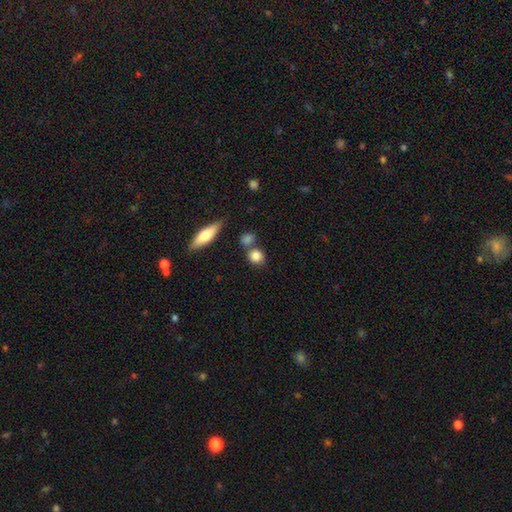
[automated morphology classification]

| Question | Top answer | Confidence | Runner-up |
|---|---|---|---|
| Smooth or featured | smooth | 84% | star or artifact (9%) |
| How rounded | round | 75% | in between (22%) |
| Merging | none | 64% | merger (21%) |